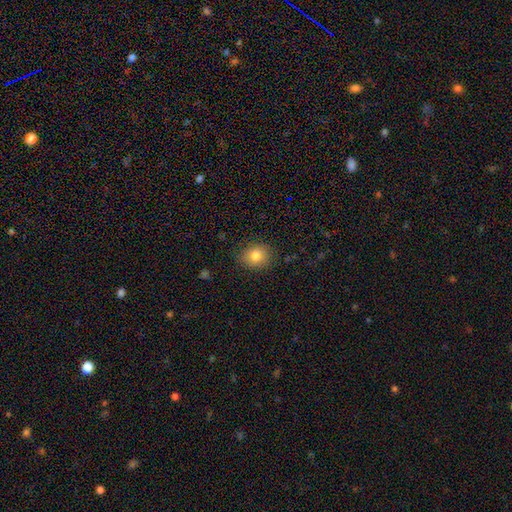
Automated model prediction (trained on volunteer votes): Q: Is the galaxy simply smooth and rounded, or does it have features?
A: smooth — 81%.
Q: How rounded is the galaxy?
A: round — 67%.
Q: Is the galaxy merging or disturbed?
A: none — 86%.